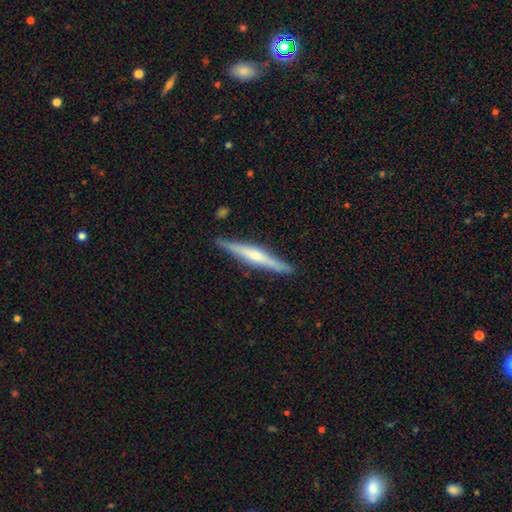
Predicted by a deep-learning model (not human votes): featured or disk 68%, smooth 25%, star or artifact 7%. Down the decision tree: edge-on disk — yes (97%); edge-on bulge — rounded (80%); merging — none (90%).